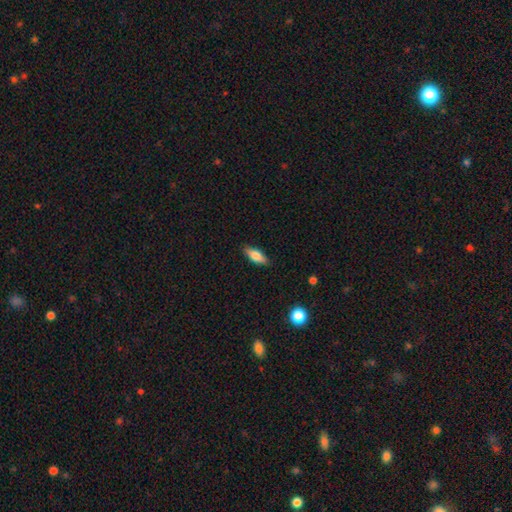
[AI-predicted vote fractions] Smooth or featured? Predicted: smooth (p=0.70). How rounded? Predicted: in between (p=0.66). Merging? Predicted: none (p=0.87).